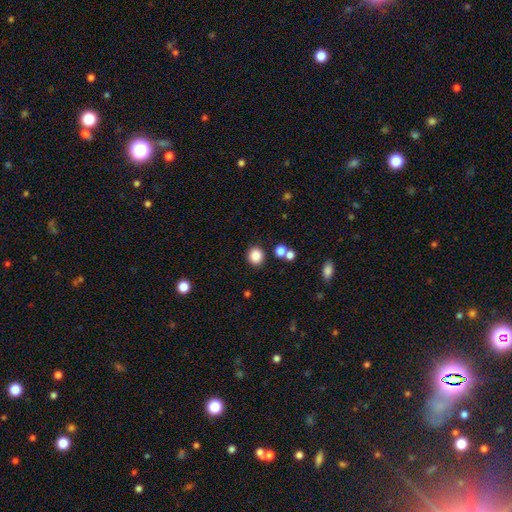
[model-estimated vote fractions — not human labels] smooth 85%, star or artifact 11%, featured or disk 4%. Down the decision tree: how rounded — round (84%); merging — none (86%).